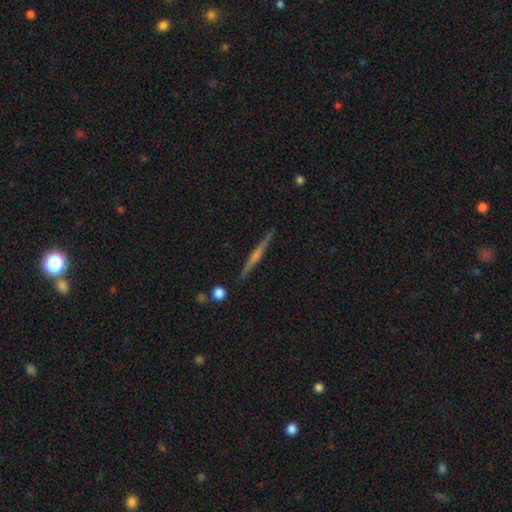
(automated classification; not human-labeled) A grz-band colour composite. It shows a featured or disk galaxy (71%) viewed edge-on (96%) with a rounded central bulge (68%). Merging: none (87%).